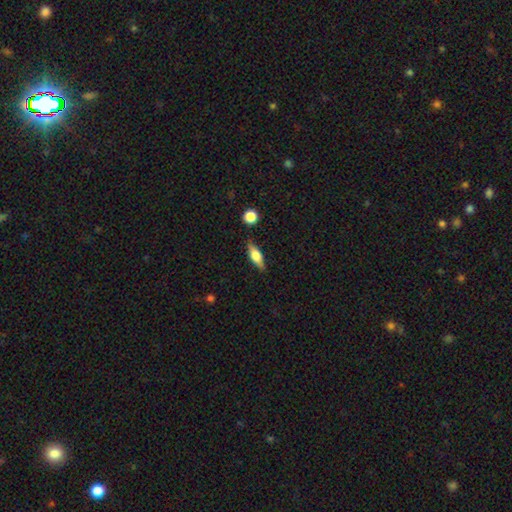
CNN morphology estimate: Overall: smooth (53%; featured or disk 39%). How rounded: in between (60%; cigar-shaped 36%). Merging: none (83%).